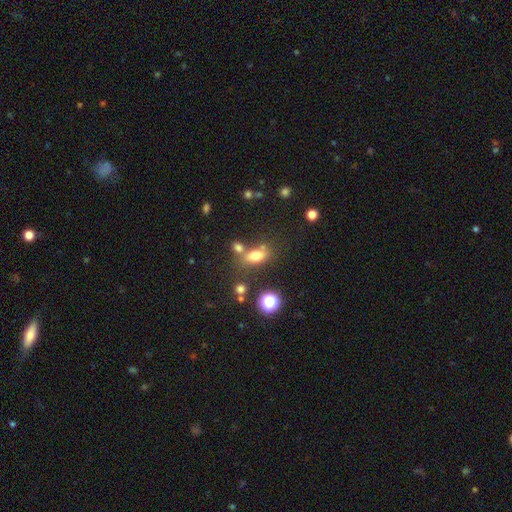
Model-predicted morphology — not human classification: Smooth or featured: smooth — 71% (star or artifact — 15%)
How rounded: in between — 73% (round — 15%)
Merging: none — 58% (merger — 21%)